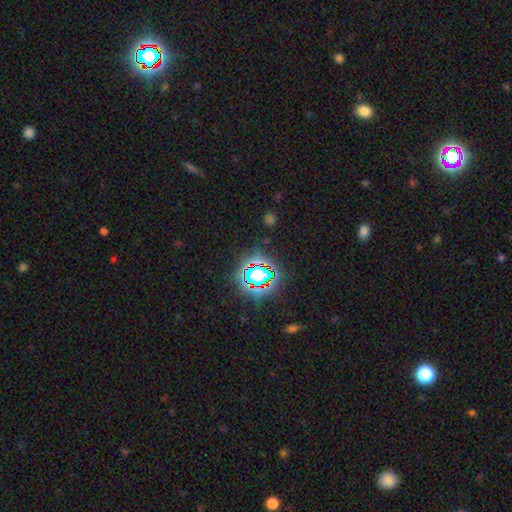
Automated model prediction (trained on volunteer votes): The model was most divided on "smooth or featured": star or artifact: 78%, smooth: 14%, featured or disk: 8%.